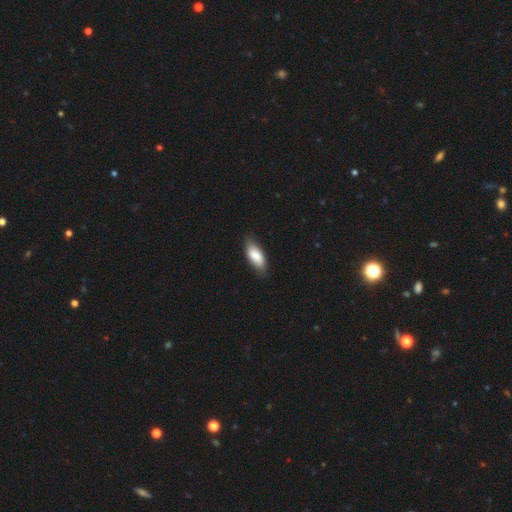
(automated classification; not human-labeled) Smooth or featured: smooth — 82% (featured or disk — 12%)
How rounded: in between — 81% (cigar-shaped — 17%)
Merging: none — 79% (minor disturbance — 17%)